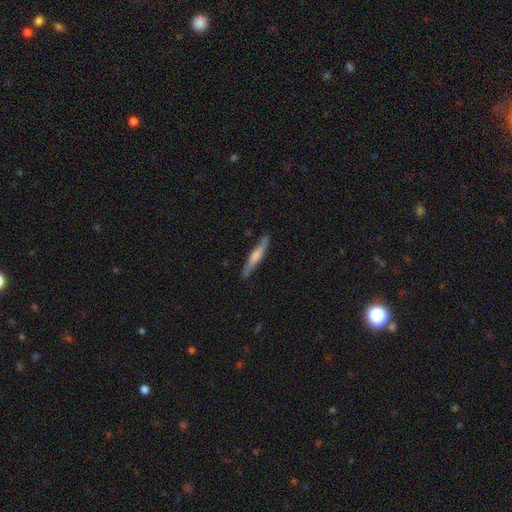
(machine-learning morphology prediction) Smooth or featured?
  - featured or disk: 52% *
  - smooth: 43%
  - star or artifact: 5%
Edge-on disk?
  - yes: 93% *
  - no: 7%
Merging?
  - none: 86% *
  - minor disturbance: 11%
  - major disturbance: 2%
  - merger: 1%